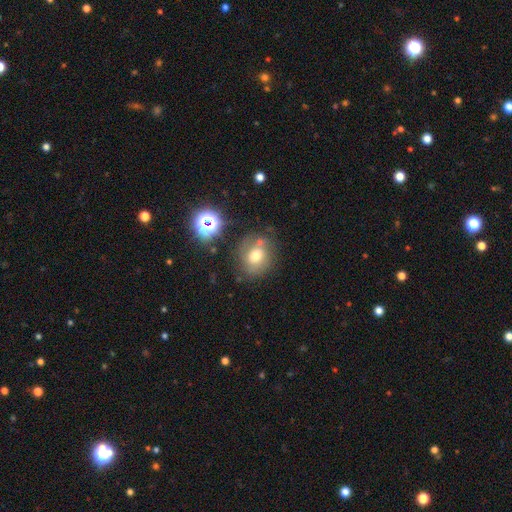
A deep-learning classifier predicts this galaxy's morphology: smooth_or_featured: smooth (p=0.65) [alt: featured or disk p=0.19]
how_rounded: round (p=0.72) [alt: in between p=0.27]
merging: none (p=0.66) [alt: minor disturbance p=0.17]